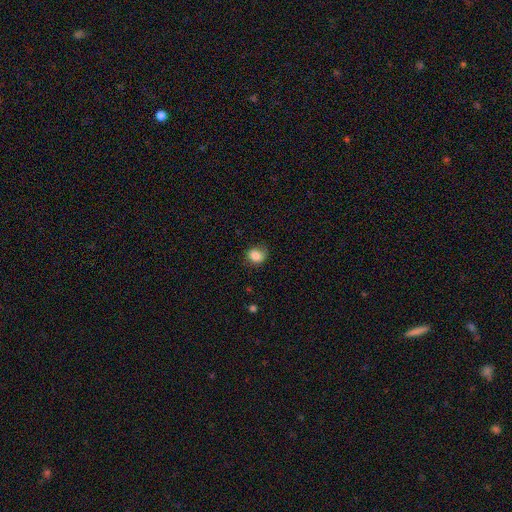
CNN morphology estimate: Smooth or featured? smooth (84%)
How rounded? round (66%)
Merging? none (67%)